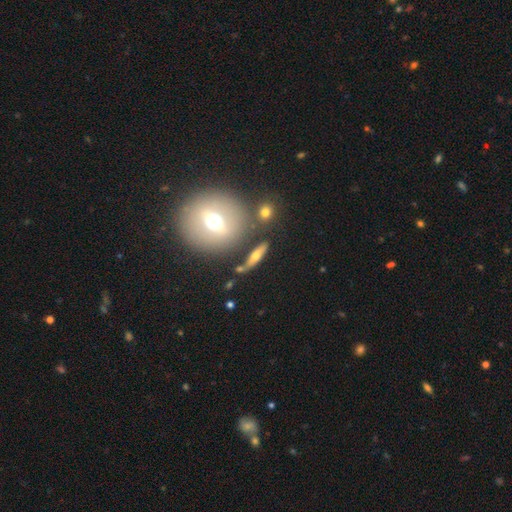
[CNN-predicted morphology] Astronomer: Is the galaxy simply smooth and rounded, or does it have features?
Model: featured or disk — 47% (runner-up: smooth, 43%).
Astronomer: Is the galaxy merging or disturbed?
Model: none — 72%.